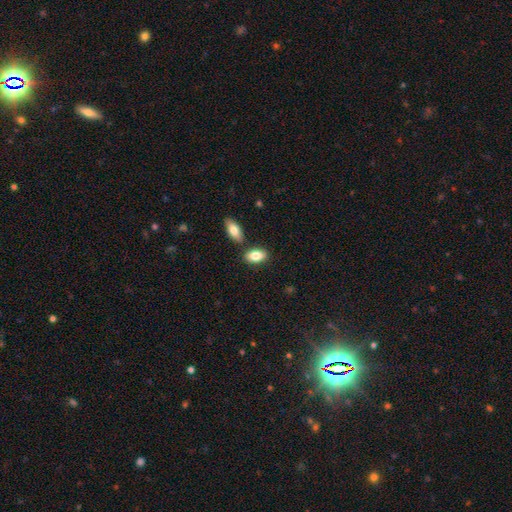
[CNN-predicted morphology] This is clearly a smooth galaxy (82%). How rounded: clearly in between (91%). Merging: likely none (75%).